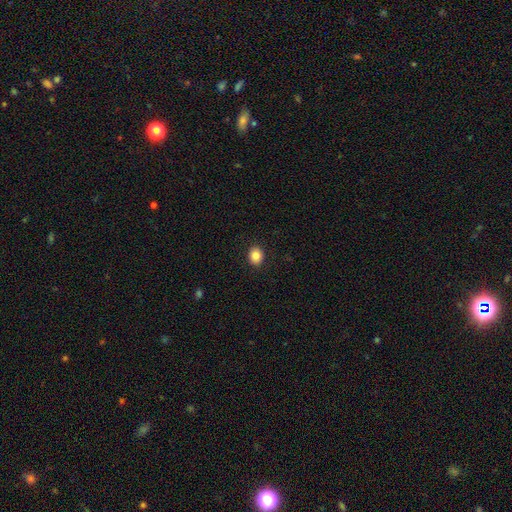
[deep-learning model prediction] Smooth or featured? smooth (85%)
How rounded? round (58%)
Merging? none (91%)